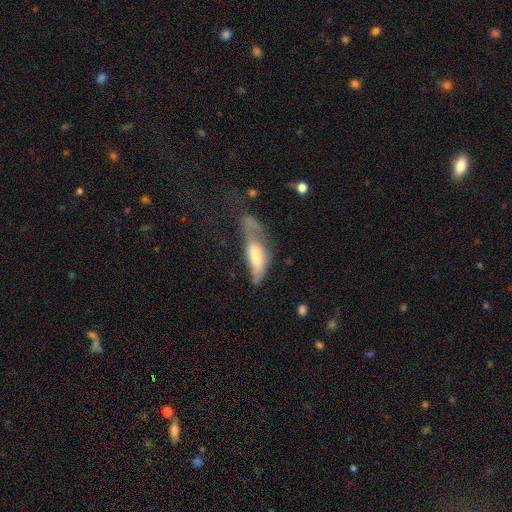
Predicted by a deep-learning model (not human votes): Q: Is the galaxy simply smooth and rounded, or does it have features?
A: smooth — 55%.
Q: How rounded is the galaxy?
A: in between — 67%.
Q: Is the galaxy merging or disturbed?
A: major disturbance — 45%.